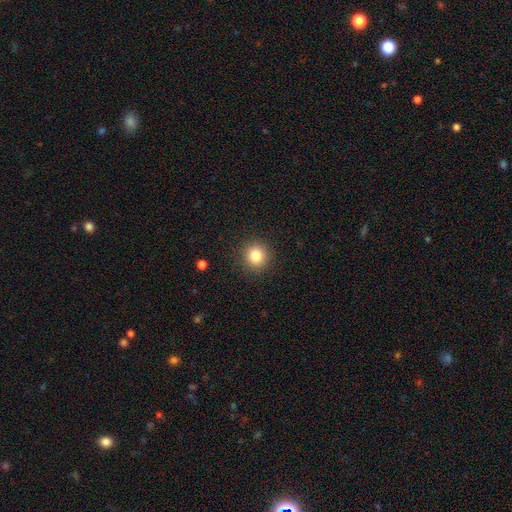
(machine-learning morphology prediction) The model was most divided on "smooth or featured": smooth: 83%, star or artifact: 11%, featured or disk: 6%. More confident: how rounded — round (93%); merging — none (90%).